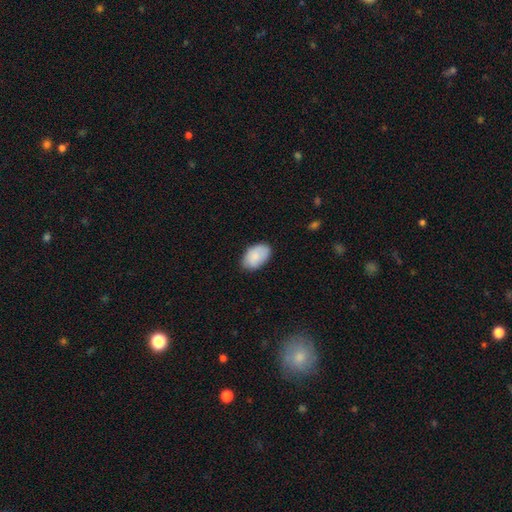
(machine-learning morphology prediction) This appears to be a smooth galaxy with no disk features (86%) that is in between round and cigar-shaped (92%). Merging: none (79%).